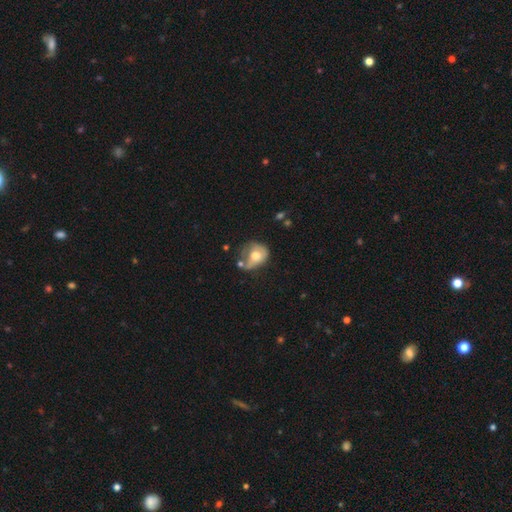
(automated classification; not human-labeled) A smooth galaxy with no disk features (57%) that is round (52%). Merging: minor disturbance (29%).